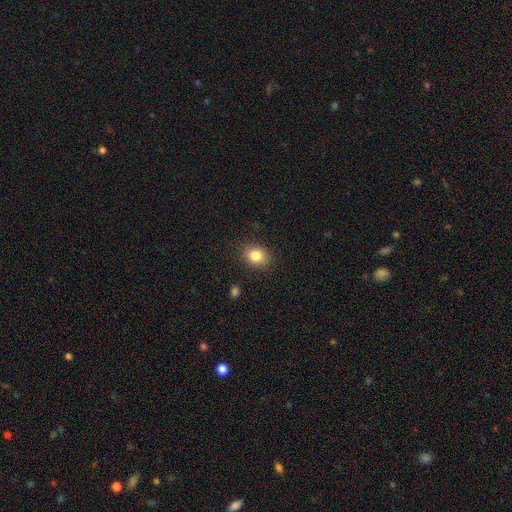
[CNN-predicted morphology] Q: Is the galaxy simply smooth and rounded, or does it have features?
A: smooth — 84%.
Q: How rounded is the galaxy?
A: in between — 54%.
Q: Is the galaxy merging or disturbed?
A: none — 87%.